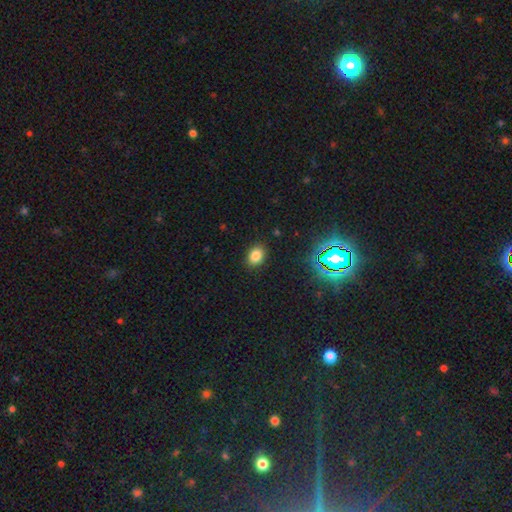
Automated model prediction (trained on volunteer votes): Smooth or featured? Predicted: smooth (p=0.81). How rounded? Predicted: in between (p=0.63). Merging? Predicted: none (p=0.87).